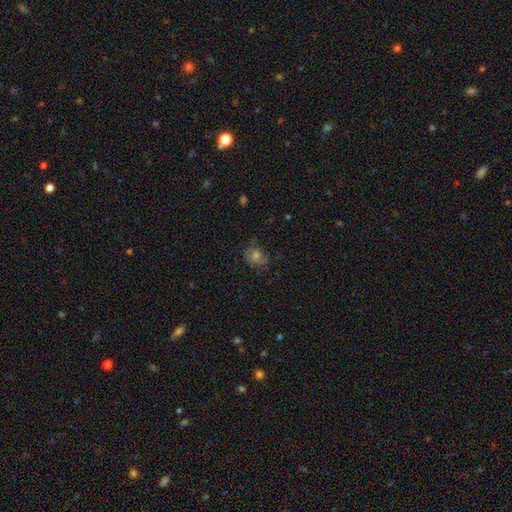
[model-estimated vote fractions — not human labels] smooth-or-featured: smooth: 41% | featured or disk: 39% | star or artifact: 20%
  merging: none: 68% | minor disturbance: 20% | major disturbance: 10% | merger: 2%